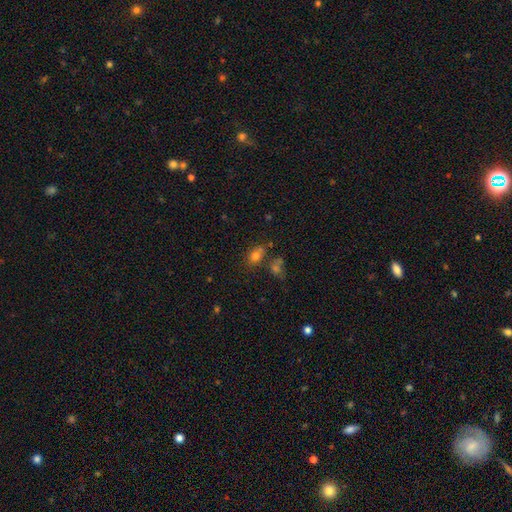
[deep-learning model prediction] The model was most divided on "how rounded": in between: 55%, round: 44%, cigar-shaped: 2%. More confident: smooth or featured — smooth (73%); merging — none (57%).